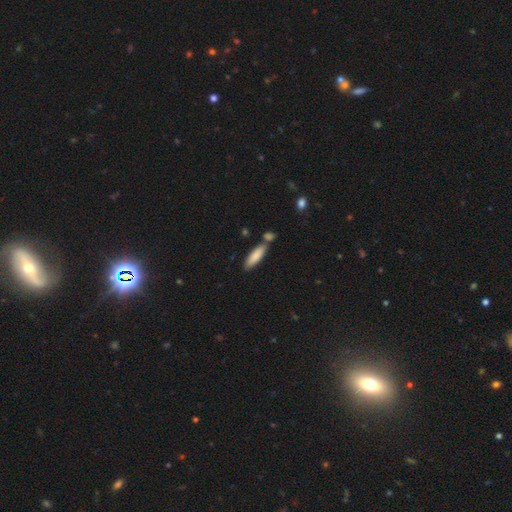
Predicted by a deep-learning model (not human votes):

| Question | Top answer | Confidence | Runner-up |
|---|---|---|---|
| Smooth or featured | smooth | 83% | featured or disk (11%) |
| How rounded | cigar-shaped | 62% | in between (37%) |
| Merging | none | 67% | merger (18%) |